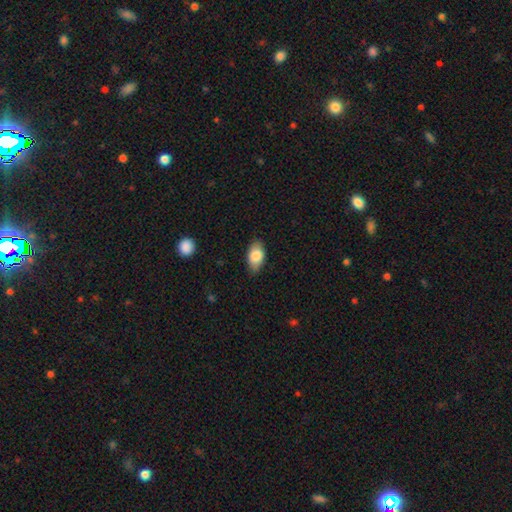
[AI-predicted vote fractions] The model was most divided on "merging": none: 84%, minor disturbance: 13%, major disturbance: 2%, merger: 1%. More confident: how rounded — in between (92%); smooth or featured — smooth (83%).